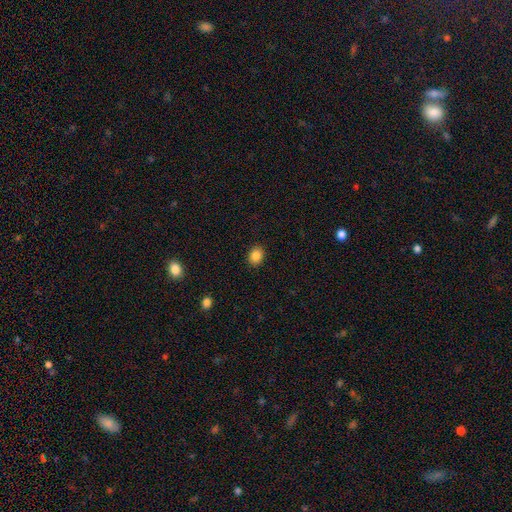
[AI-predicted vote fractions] This is clearly a smooth galaxy (85%). How rounded: possibly round (51%). Merging: clearly none (90%).